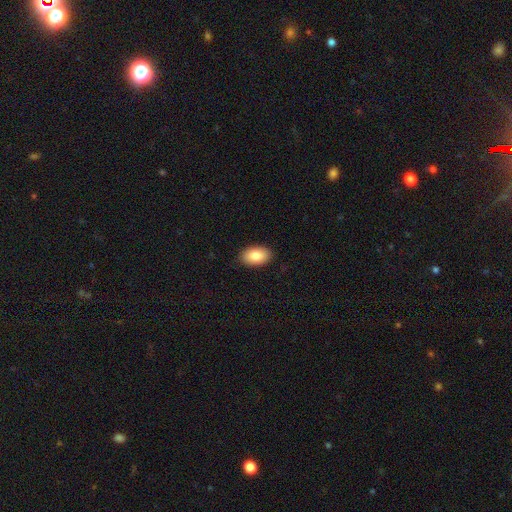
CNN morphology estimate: smooth_or_featured: smooth (p=0.85) [alt: featured or disk p=0.09]
how_rounded: in between (p=0.93) [alt: round p=0.06]
merging: none (p=0.89) [alt: minor disturbance p=0.08]